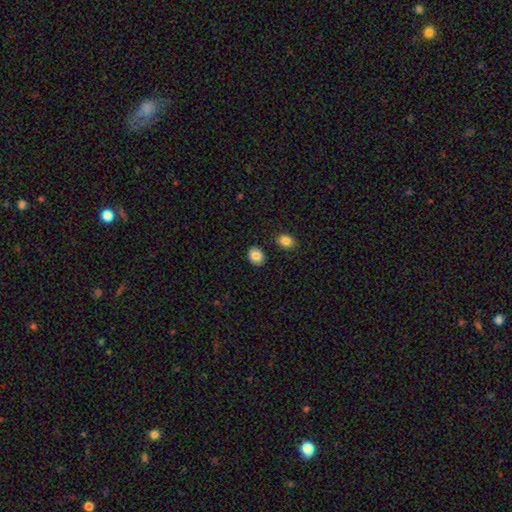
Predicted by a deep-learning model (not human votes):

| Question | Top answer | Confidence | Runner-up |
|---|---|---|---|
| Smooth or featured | smooth | 86% | star or artifact (8%) |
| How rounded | in between | 52% | round (47%) |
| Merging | none | 88% | minor disturbance (7%) |